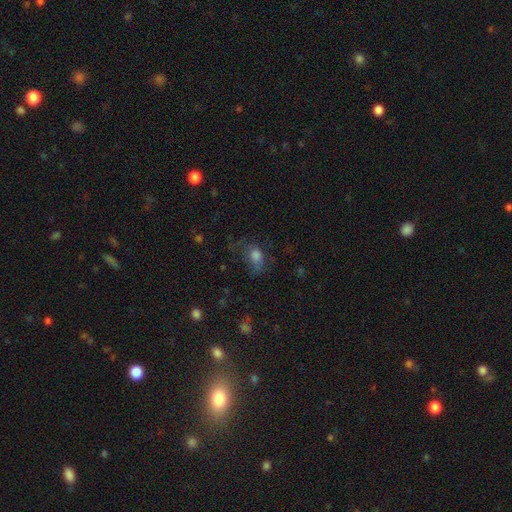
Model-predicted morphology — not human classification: This is likely a smooth galaxy (71%). How rounded: likely in between (65%). Merging: marginally none (44%).